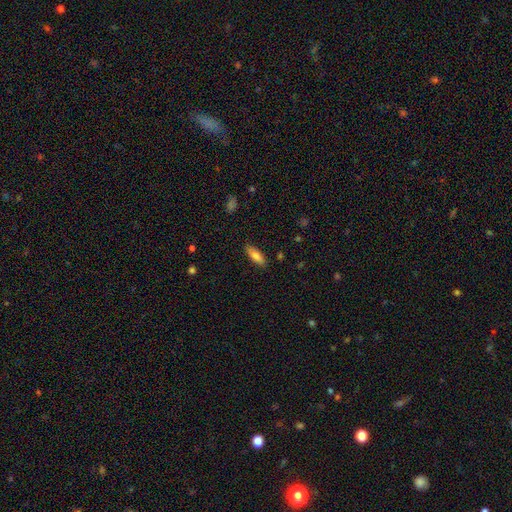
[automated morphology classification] Smooth or featured: smooth — 79% (featured or disk — 15%)
How rounded: in between — 60% (cigar-shaped — 39%)
Merging: none — 87% (minor disturbance — 10%)